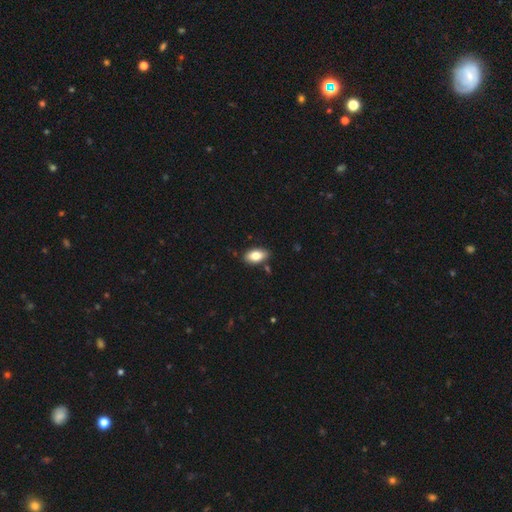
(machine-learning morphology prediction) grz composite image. It shows a smooth galaxy with no disk features (82%) that is in between round and cigar-shaped (92%). Merging: none (83%).